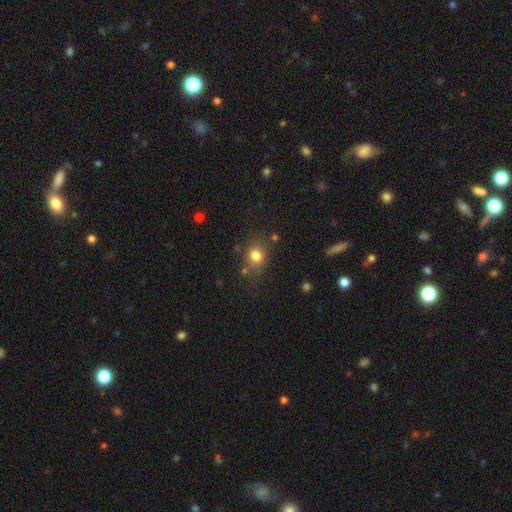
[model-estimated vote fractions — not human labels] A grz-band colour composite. It shows a smooth galaxy with no disk features (78%) that is round (60%). Merging: none (71%).